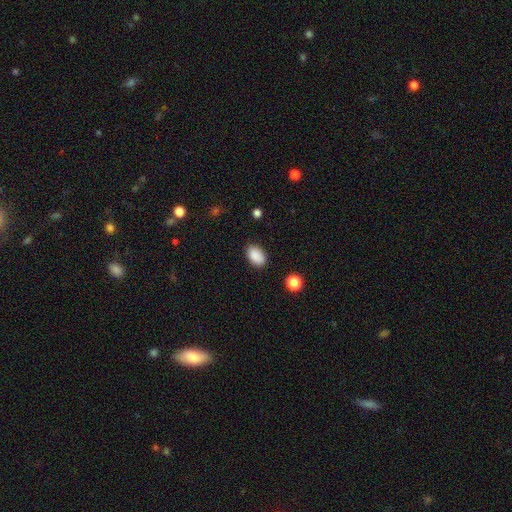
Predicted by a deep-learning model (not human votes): Smooth or featured?
  - smooth: 89% *
  - star or artifact: 8%
  - featured or disk: 3%
How rounded?
  - in between: 90% *
  - round: 9%
  - cigar-shaped: 1%
Merging?
  - none: 85% *
  - minor disturbance: 11%
  - major disturbance: 3%
  - merger: 1%